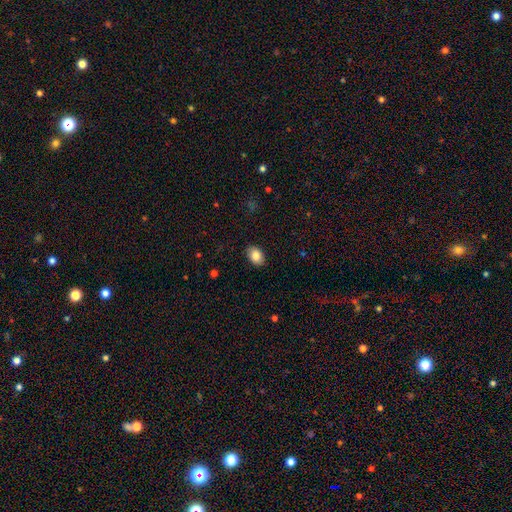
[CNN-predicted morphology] A smooth galaxy with no disk features (86%) that is in between round and cigar-shaped (79%). Merging: none (87%).